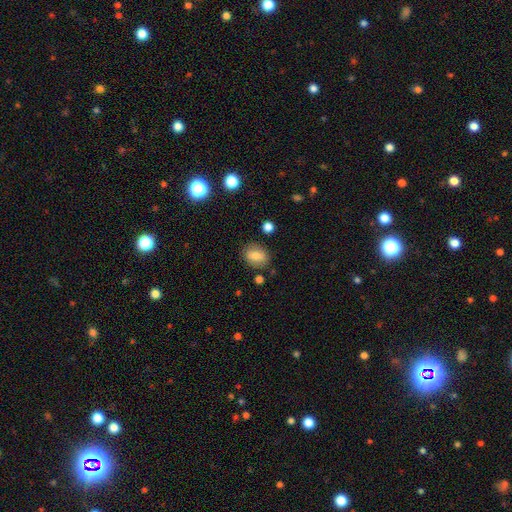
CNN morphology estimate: A smooth galaxy with no disk features (77%) that is in between round and cigar-shaped (61%).

Vote fractions:
- Smooth or featured? smooth: 77% / featured or disk: 14% / star or artifact: 10%
- How rounded? in between: 61% / round: 38% / cigar-shaped: 2%
- Merging? none: 82% / minor disturbance: 12% / major disturbance: 3% / merger: 3%